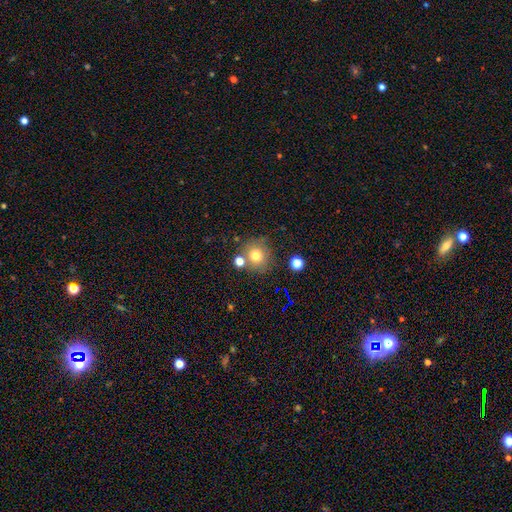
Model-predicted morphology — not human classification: smooth-or-featured: smooth: 73% | star or artifact: 14% | featured or disk: 12%
  how-rounded: round: 88% | in between: 11% | cigar-shaped: 1%
  merging: none: 69% | merger: 15% | minor disturbance: 12% | major disturbance: 4%